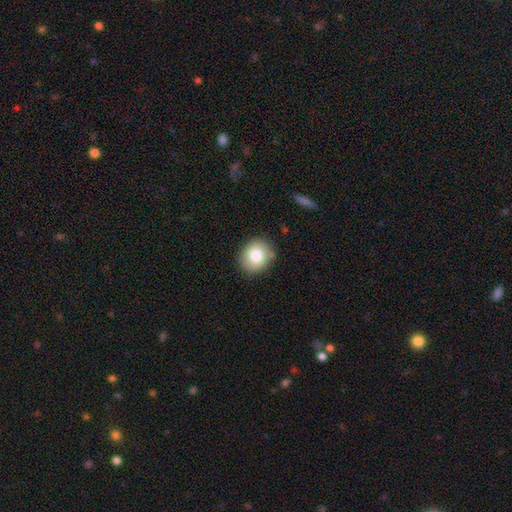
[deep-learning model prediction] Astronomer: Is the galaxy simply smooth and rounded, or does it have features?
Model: smooth — 82%.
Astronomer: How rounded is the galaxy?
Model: round — 63%.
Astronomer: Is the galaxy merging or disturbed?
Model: none — 82%.